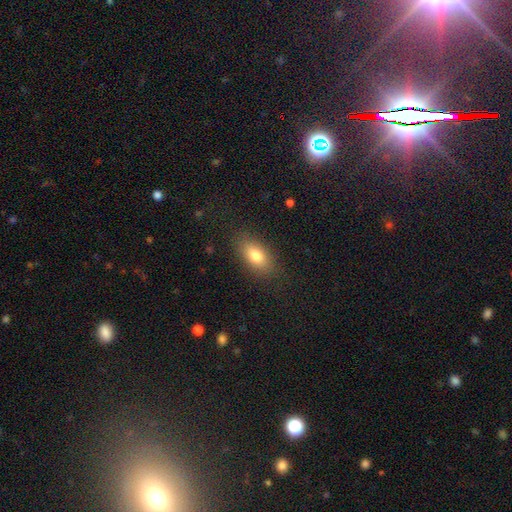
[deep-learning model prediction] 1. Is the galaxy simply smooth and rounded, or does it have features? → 79% smooth, 13% featured or disk, 9% star or artifact.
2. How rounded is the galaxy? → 87% in between, 7% round, 6% cigar-shaped.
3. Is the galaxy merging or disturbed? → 84% none, 11% minor disturbance, 4% major disturbance, 1% merger.